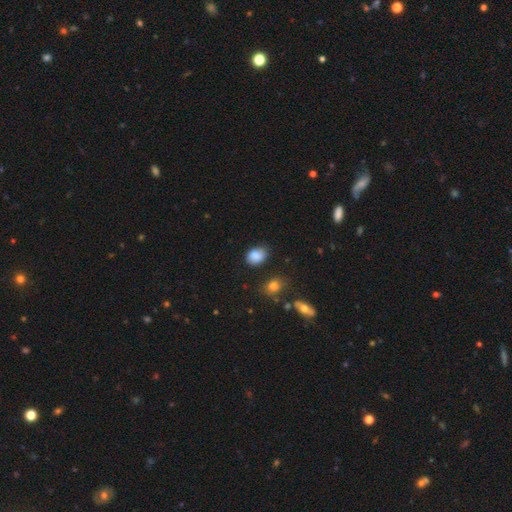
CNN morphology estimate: type=smooth (85%); roundness=in between (72%); merging=none (70%).